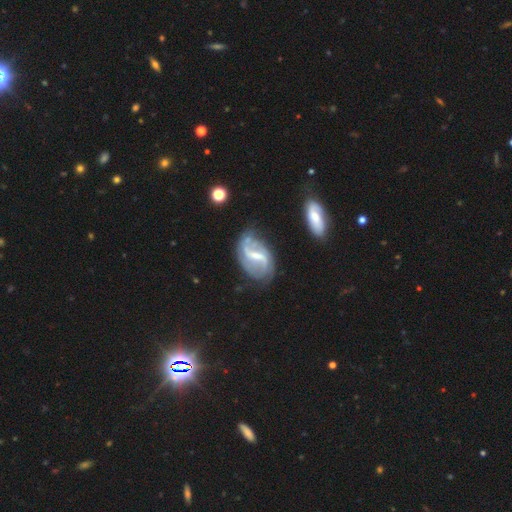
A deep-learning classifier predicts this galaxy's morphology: Smooth or featured? featured or disk (84%)
Edge-on disk? no (97%)
Bar? weak (46%)
Spiral arms? yes (92%)
Spiral winding? loose (60%)
Spiral arm count? 2 (82%)
Bulge size? small (47%)
Merging? none (59%)